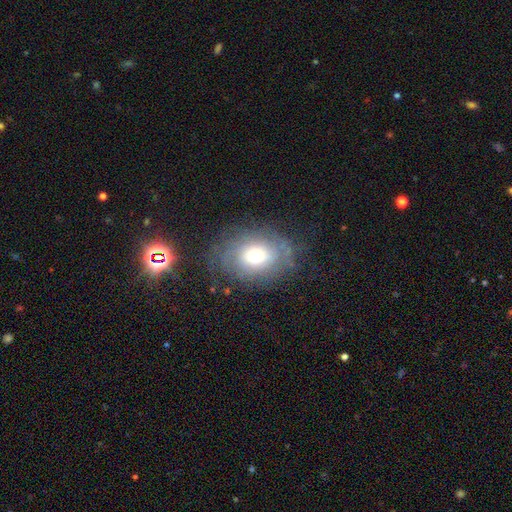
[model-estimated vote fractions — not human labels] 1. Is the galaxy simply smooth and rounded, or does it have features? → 48% featured or disk, 39% smooth, 13% star or artifact.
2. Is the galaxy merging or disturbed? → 69% none, 19% minor disturbance, 9% major disturbance, 2% merger.